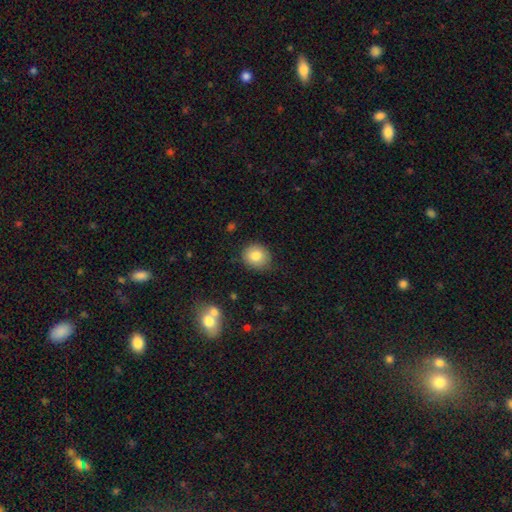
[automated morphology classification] Smooth or featured? Predicted: smooth (p=0.82). How rounded? Predicted: round (p=0.80). Merging? Predicted: none (p=0.83).